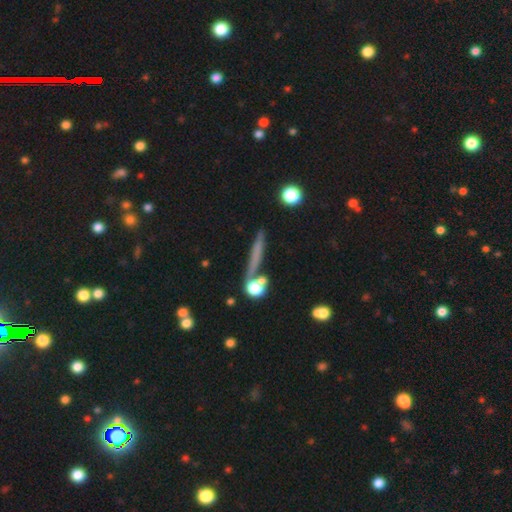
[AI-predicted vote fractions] This is possibly a smooth galaxy (52%). How rounded: clearly cigar-shaped (86%). Merging: likely none (77%).